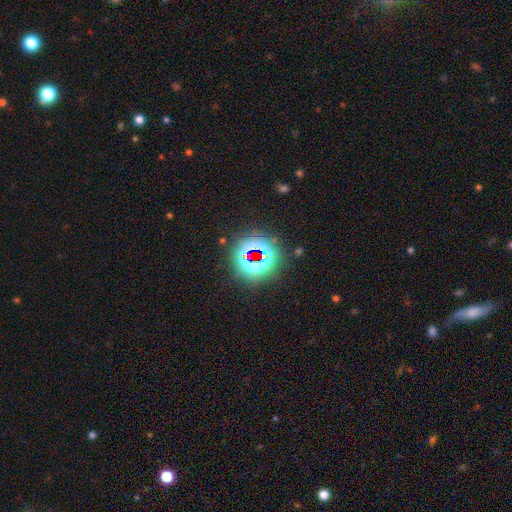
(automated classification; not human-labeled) A star or artifact, not a galaxy (72%).